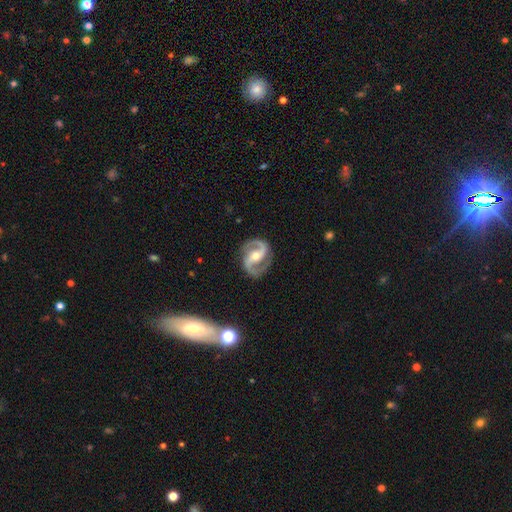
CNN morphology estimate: Q: Smooth or featured?
A: featured or disk (93%); runner-up: star or artifact (4%)
Q: Edge-on disk?
A: no (98%); runner-up: yes (2%)
Q: Bar?
A: strong (40%); runner-up: weak (34%)
Q: Spiral arms?
A: yes (98%); runner-up: no (2%)
Q: Spiral winding?
A: medium (61%); runner-up: tight (22%)
Q: Spiral arm count?
A: 2 (94%); runner-up: can't tell (1%)
Q: Bulge size?
A: moderate (61%); runner-up: small (34%)
Q: Merging?
A: none (85%); runner-up: minor disturbance (10%)